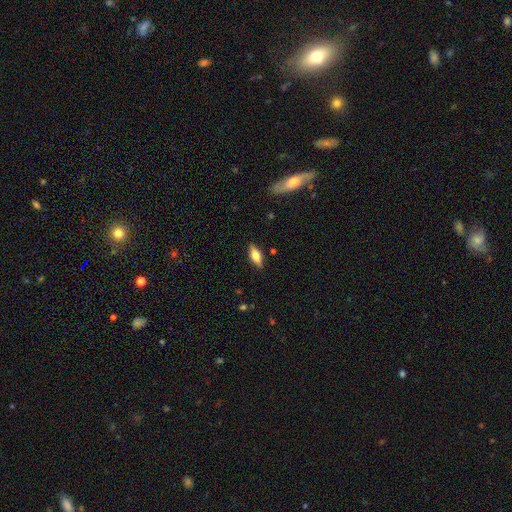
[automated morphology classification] The model was most divided on "smooth or featured": smooth: 52%, featured or disk: 41%, star or artifact: 7%. More confident: merging — none (86%); how rounded — in between (69%).